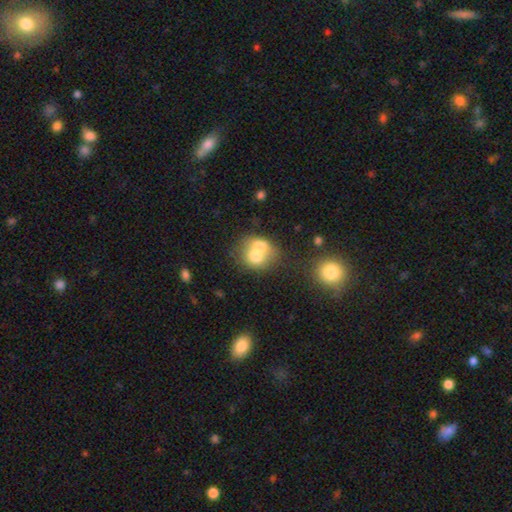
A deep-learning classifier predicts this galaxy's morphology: A smooth galaxy with no disk features (66%) that is round (65%). Merging: merger (69%).